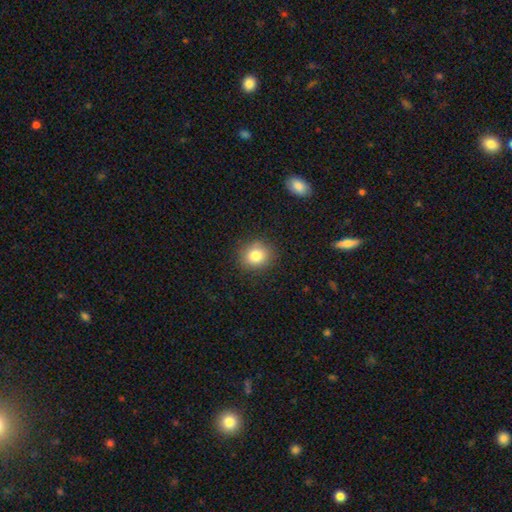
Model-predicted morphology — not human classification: smooth-or-featured: smooth: 82% | star or artifact: 10% | featured or disk: 7%
  how-rounded: round: 76% | in between: 23% | cigar-shaped: 1%
  merging: none: 87% | minor disturbance: 9% | major disturbance: 3% | merger: 1%